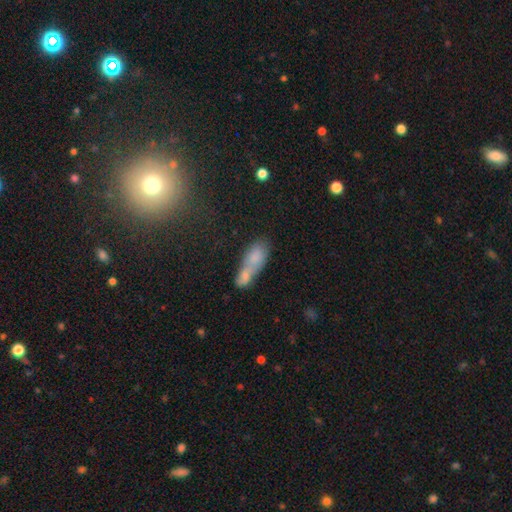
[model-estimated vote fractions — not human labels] Smooth or featured?
  - smooth: 74% *
  - featured or disk: 17%
  - star or artifact: 10%
How rounded?
  - in between: 80% *
  - cigar-shaped: 14%
  - round: 6%
Merging?
  - merger: 64% *
  - none: 19%
  - minor disturbance: 10%
  - major disturbance: 7%